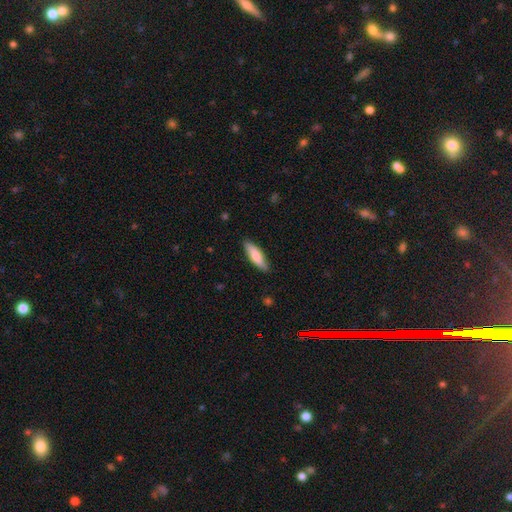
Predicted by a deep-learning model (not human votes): Q: Smooth or featured?
A: smooth (78%); runner-up: featured or disk (17%)
Q: How rounded?
A: cigar-shaped (62%); runner-up: in between (37%)
Q: Merging?
A: none (87%); runner-up: minor disturbance (11%)